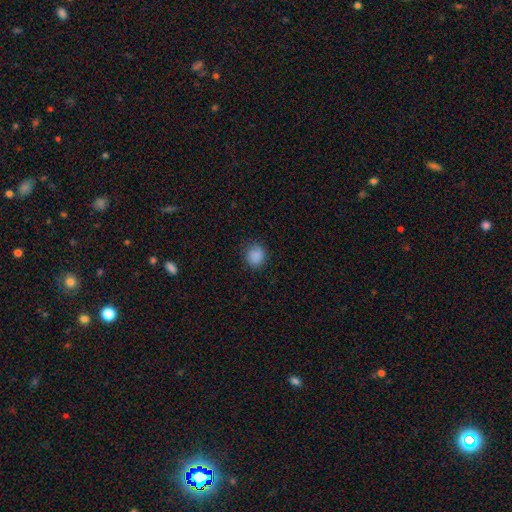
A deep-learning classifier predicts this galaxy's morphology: Overall: smooth (88%). How rounded: round (83%). Merging: none (85%).